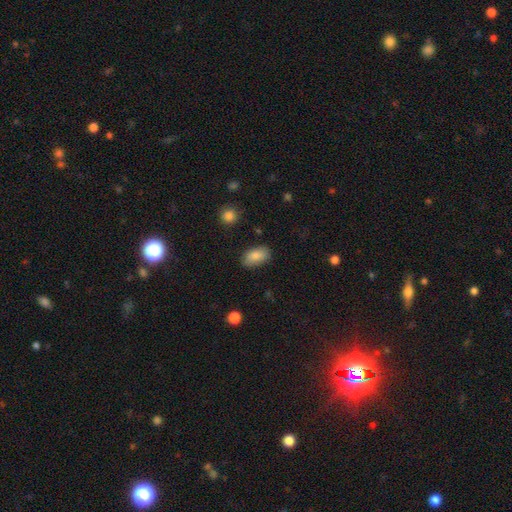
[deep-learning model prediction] smooth_or_featured: smooth (p=0.84) [alt: featured or disk p=0.08]
how_rounded: in between (p=0.92) [alt: round p=0.06]
merging: none (p=0.83) [alt: minor disturbance p=0.13]